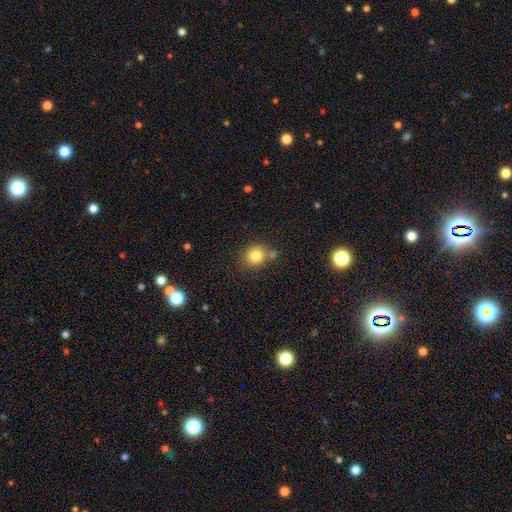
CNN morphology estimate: Smooth or featured? Predicted: smooth (p=0.81). How rounded? Predicted: round (p=0.75). Merging? Predicted: none (p=0.66).